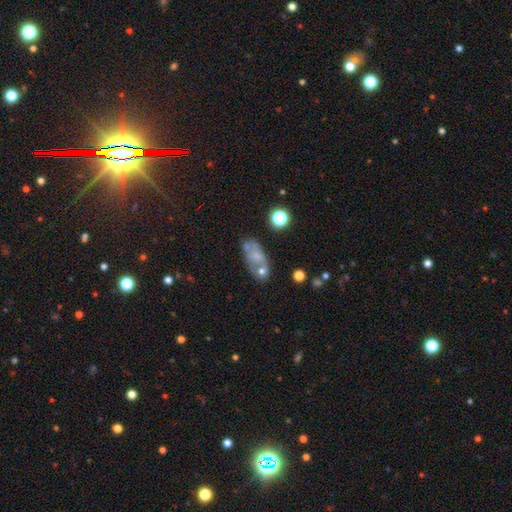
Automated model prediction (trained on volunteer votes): The model was most divided on "smooth or featured": smooth: 44%, featured or disk: 42%, star or artifact: 14%. Remaining: merging — none (46%).